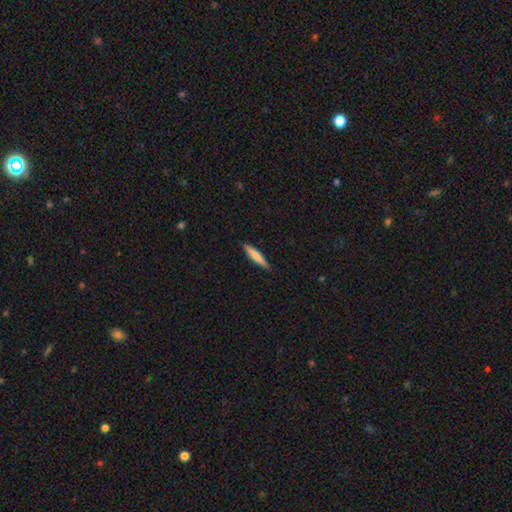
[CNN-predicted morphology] Smooth or featured?
  - smooth: 70% *
  - featured or disk: 25%
  - star or artifact: 5%
How rounded?
  - cigar-shaped: 90% *
  - in between: 9%
  - round: 1%
Merging?
  - none: 89% *
  - minor disturbance: 9%
  - major disturbance: 2%
  - merger: 1%